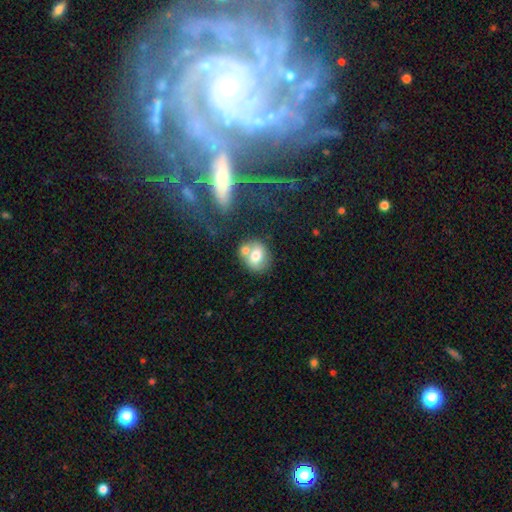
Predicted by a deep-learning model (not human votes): Q: Smooth or featured?
A: smooth (70%); runner-up: featured or disk (20%)
Q: How rounded?
A: round (58%); runner-up: in between (40%)
Q: Merging?
A: none (47%); runner-up: merger (37%)